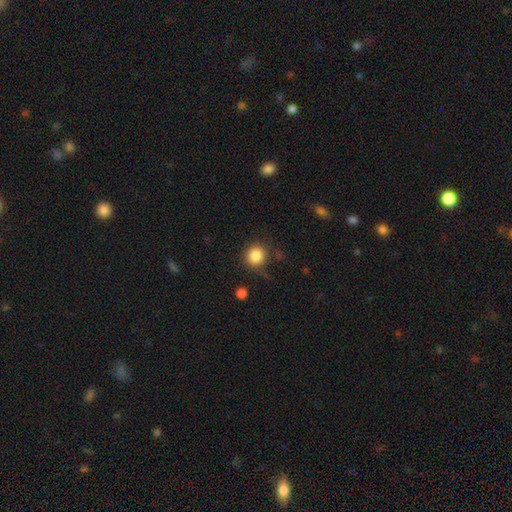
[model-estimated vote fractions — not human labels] Smooth or featured?
  - smooth: 85% *
  - star or artifact: 10%
  - featured or disk: 5%
How rounded?
  - round: 90% *
  - in between: 9%
  - cigar-shaped: 1%
Merging?
  - none: 79% *
  - minor disturbance: 13%
  - major disturbance: 5%
  - merger: 3%